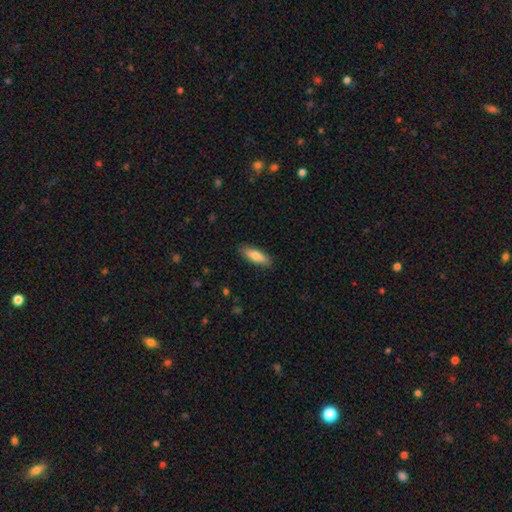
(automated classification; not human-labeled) smooth 80%, featured or disk 14%, star or artifact 6%. Down the decision tree: how rounded — in between (55%); merging — none (88%).